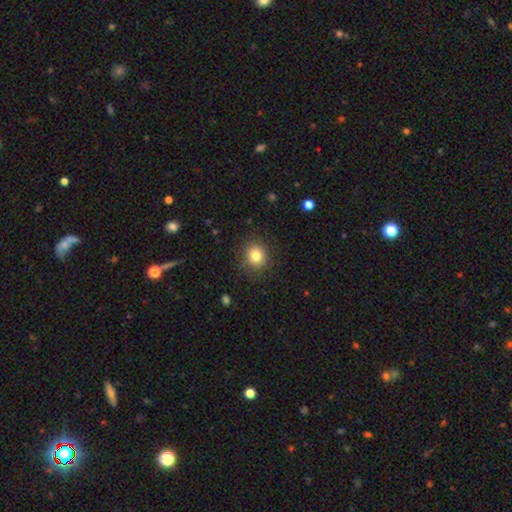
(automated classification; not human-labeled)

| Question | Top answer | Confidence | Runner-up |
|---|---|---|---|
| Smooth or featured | smooth | 81% | star or artifact (12%) |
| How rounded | round | 86% | in between (13%) |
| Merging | none | 87% | minor disturbance (9%) |